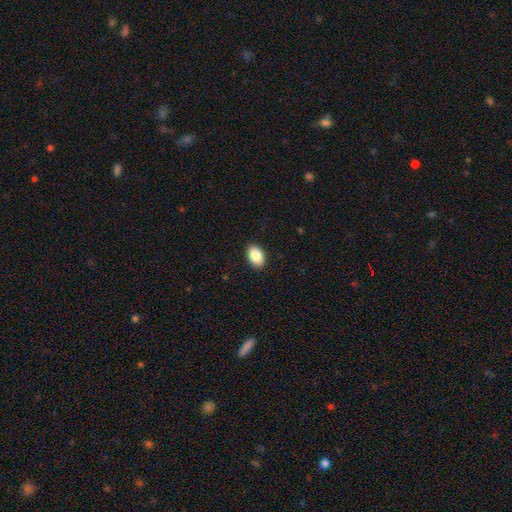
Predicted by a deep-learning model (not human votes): smooth-or-featured: smooth: 88% | star or artifact: 7% | featured or disk: 5%
  how-rounded: in between: 87% | round: 12% | cigar-shaped: 1%
  merging: none: 90% | minor disturbance: 7% | major disturbance: 2% | merger: 1%